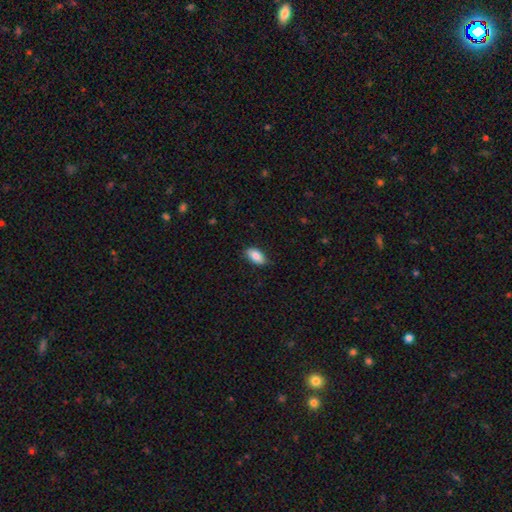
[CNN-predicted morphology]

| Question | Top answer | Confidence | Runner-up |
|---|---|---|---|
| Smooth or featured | smooth | 85% | featured or disk (8%) |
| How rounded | in between | 93% | round (4%) |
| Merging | none | 83% | minor disturbance (14%) |